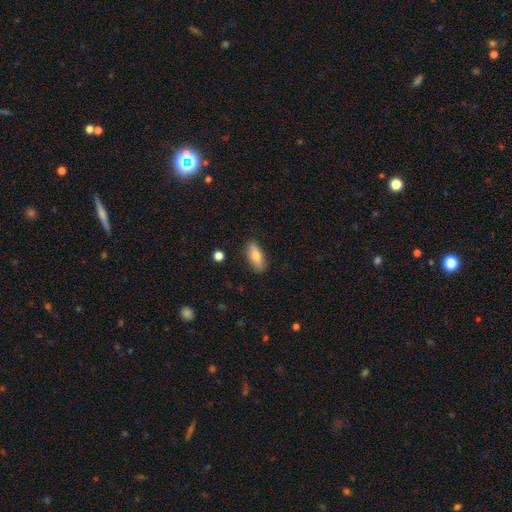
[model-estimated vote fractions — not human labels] Smooth or featured: smooth — 75% (featured or disk — 19%)
How rounded: in between — 70% (cigar-shaped — 27%)
Merging: none — 87% (minor disturbance — 10%)